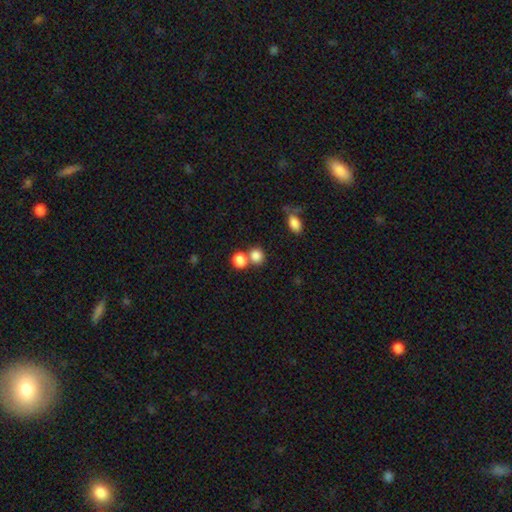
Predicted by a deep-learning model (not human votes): Smooth or featured: smooth — 83% (star or artifact — 11%)
How rounded: round — 81% (in between — 18%)
Merging: none — 55% (merger — 34%)